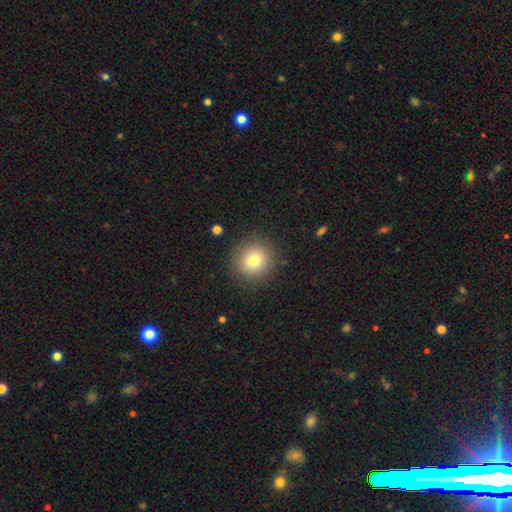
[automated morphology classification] Smooth or featured? smooth (77%)
How rounded? round (93%)
Merging? none (90%)